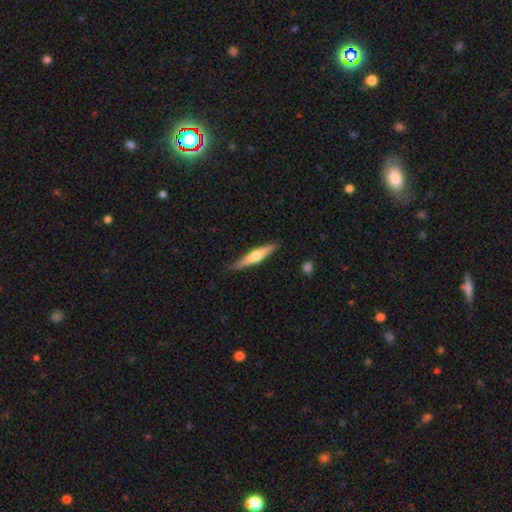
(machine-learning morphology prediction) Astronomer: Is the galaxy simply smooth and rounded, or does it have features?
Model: featured or disk — 55% (runner-up: smooth, 40%).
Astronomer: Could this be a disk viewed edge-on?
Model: yes — 96%.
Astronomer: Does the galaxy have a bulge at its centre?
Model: rounded — 90%.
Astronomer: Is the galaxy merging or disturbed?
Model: none — 84%.